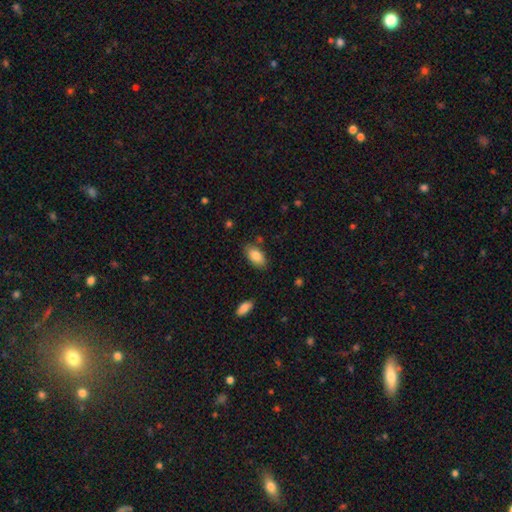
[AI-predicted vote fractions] smooth_or_featured: smooth (p=0.85) [alt: featured or disk p=0.08]
how_rounded: in between (p=0.93) [alt: round p=0.03]
merging: none (p=0.81) [alt: minor disturbance p=0.13]